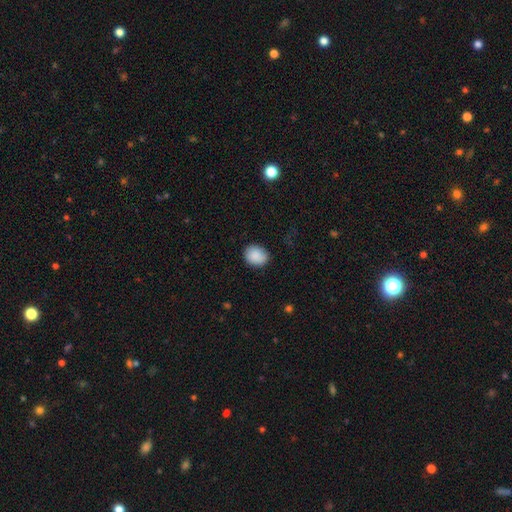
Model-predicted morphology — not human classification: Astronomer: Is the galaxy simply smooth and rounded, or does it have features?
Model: smooth — 89%.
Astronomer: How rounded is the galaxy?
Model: round — 50% (runner-up: in between, 49%).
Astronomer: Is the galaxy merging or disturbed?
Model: none — 86%.